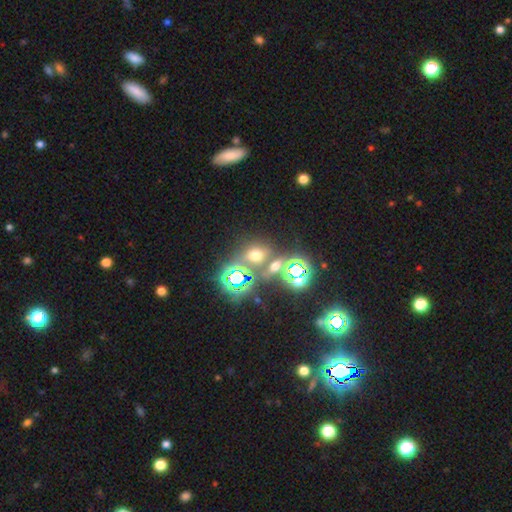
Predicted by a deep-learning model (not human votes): The model was most divided on "smooth or featured": star or artifact: 49%, smooth: 40%, featured or disk: 10%.